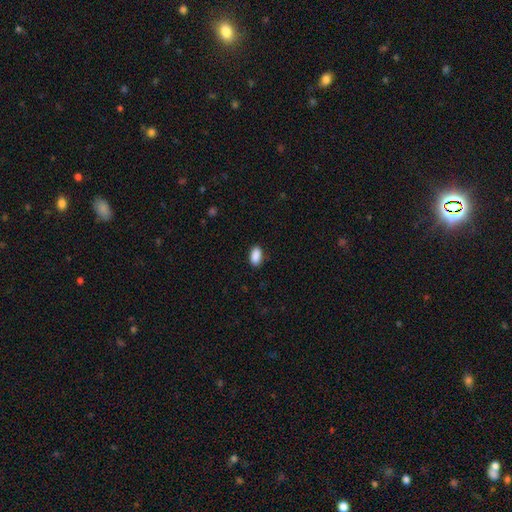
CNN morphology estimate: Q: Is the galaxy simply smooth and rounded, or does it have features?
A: smooth — 90%.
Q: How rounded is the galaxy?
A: in between — 92%.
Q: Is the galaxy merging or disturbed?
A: none — 87%.